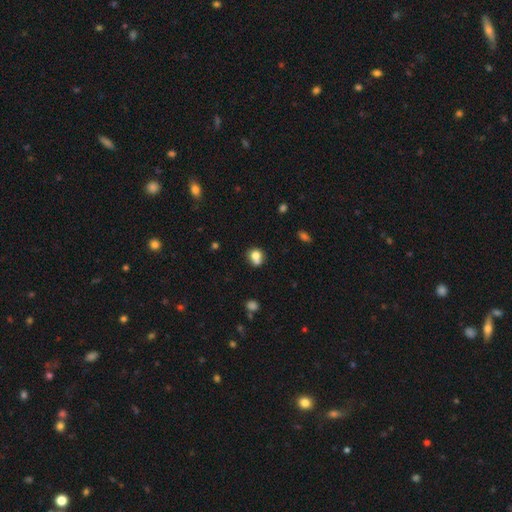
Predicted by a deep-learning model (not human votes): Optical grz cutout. It shows a smooth galaxy with no disk features (74%) that is round (73%). Merging: none (43%).